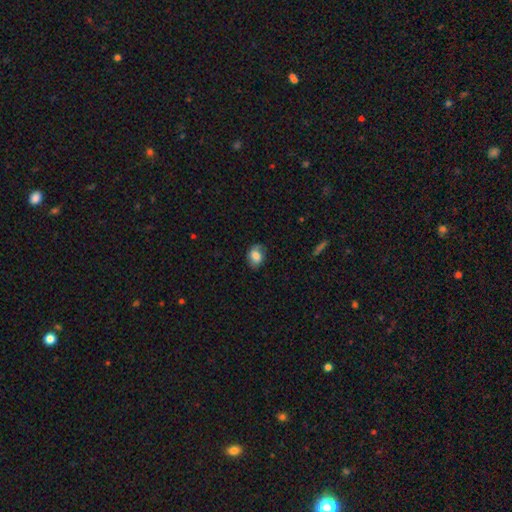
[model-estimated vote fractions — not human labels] This appears to be a smooth galaxy with no disk features (75%) that is in between round and cigar-shaped (71%). Merging: none (67%).